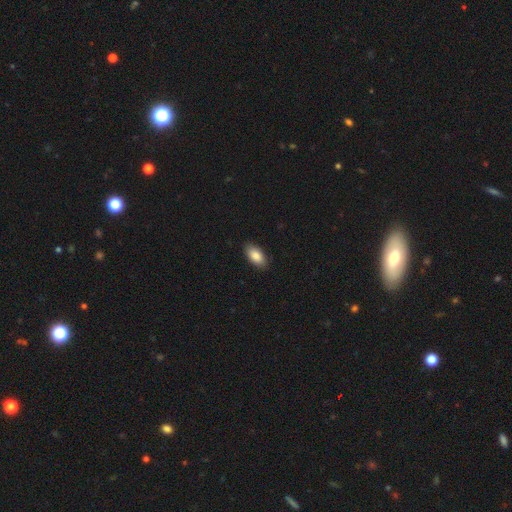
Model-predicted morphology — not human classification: A smooth galaxy with no disk features (86%) that is in between round and cigar-shaped (93%).

Vote fractions:
- Smooth or featured? smooth: 86% / featured or disk: 7% / star or artifact: 7%
- How rounded? in between: 93% / cigar-shaped: 4% / round: 3%
- Merging? none: 88% / minor disturbance: 9% / major disturbance: 2% / merger: 1%